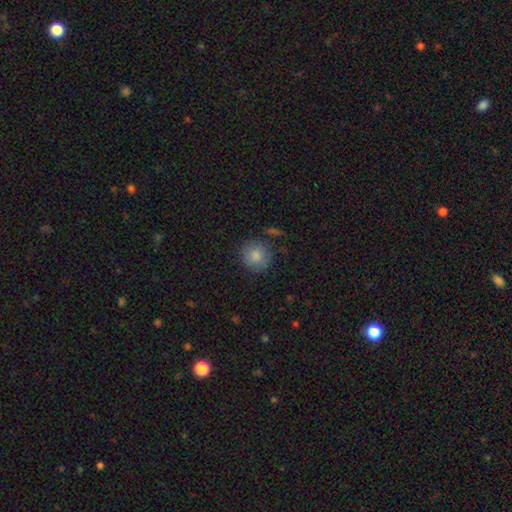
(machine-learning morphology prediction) Overall: smooth (85%). How rounded: round (91%). Merging: none (81%).